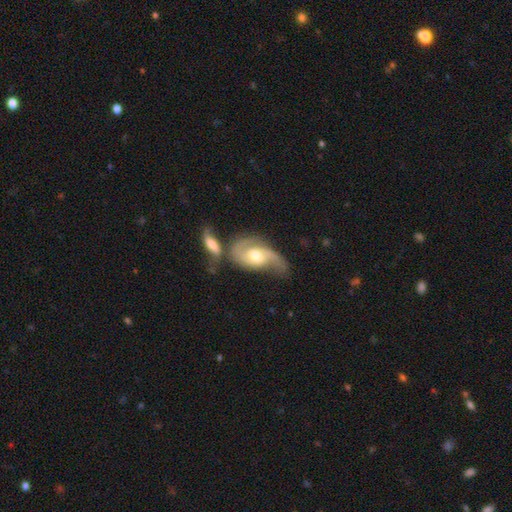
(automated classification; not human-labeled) Smooth or featured?
  - featured or disk: 79% *
  - smooth: 15%
  - star or artifact: 5%
Edge-on disk?
  - no: 95% *
  - yes: 5%
Bar?
  - no: 55% *
  - weak: 37%
  - strong: 8%
Spiral arms?
  - yes: 93% *
  - no: 7%
Spiral winding?
  - loose: 41% * (tied)
  - medium: 41% * (tied)
  - tight: 18%
Spiral arm count?
  - 2: 73% *
  - 1: 14%
  - can't tell: 8%
  - 3: 2%
  - 4: 1%
  - more than 4: 1%
Bulge size?
  - moderate: 68% *
  - small: 20%
  - large: 10%
  - none: 2%
  - dominant: 1%
Merging?
  - merger: 34% *
  - none: 28%
  - major disturbance: 19%
  - minor disturbance: 19%